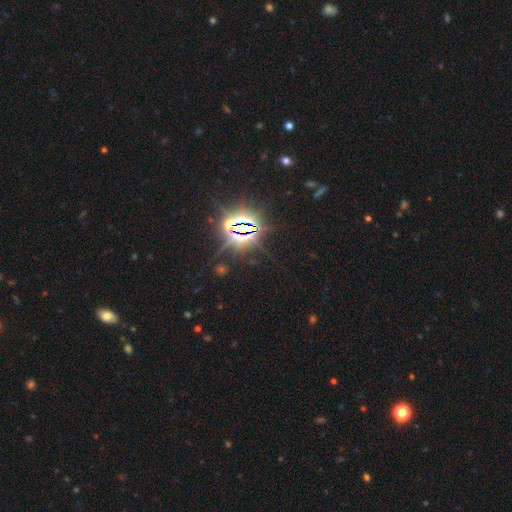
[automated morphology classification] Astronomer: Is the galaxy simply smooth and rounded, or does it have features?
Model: star or artifact — 84%.